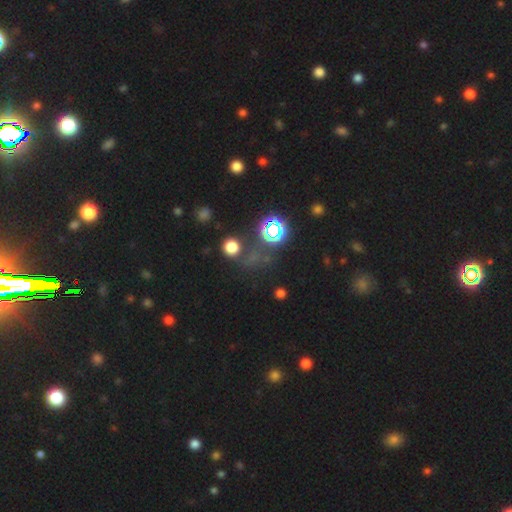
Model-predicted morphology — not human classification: Q: Smooth or featured?
A: star or artifact (58%); runner-up: smooth (34%)